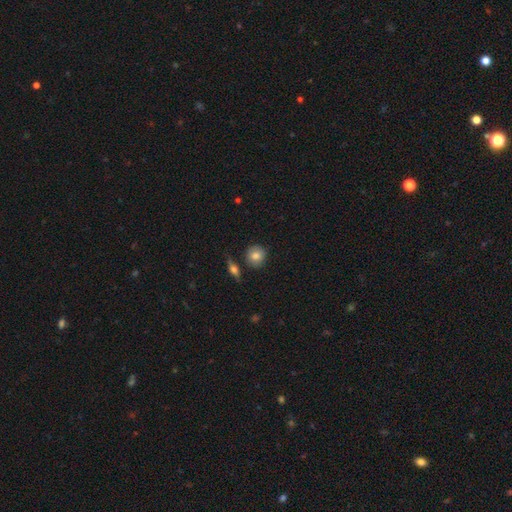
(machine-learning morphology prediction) smooth 81%, featured or disk 12%, star or artifact 8%. Down the decision tree: how rounded — round (88%); merging — none (81%).